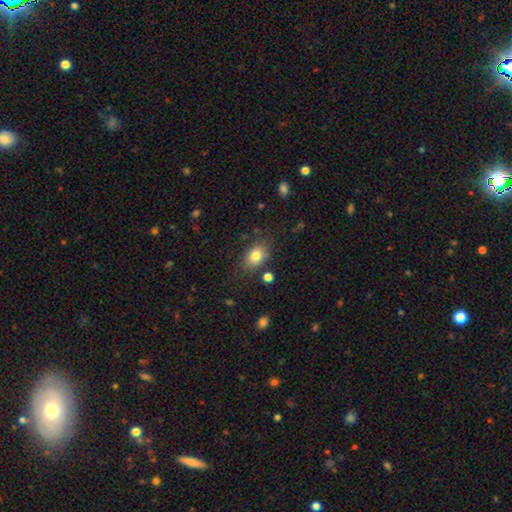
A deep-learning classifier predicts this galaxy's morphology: A smooth galaxy with no disk features (81%) that is in between round and cigar-shaped (74%).

Vote fractions:
- Smooth or featured? smooth: 81% / featured or disk: 10% / star or artifact: 10%
- How rounded? in between: 74% / round: 24% / cigar-shaped: 1%
- Merging? none: 78% / minor disturbance: 14% / major disturbance: 4% / merger: 4%